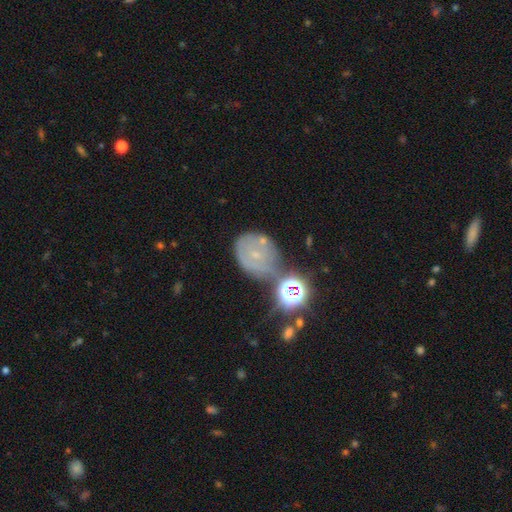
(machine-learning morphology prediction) Q: Smooth or featured?
A: featured or disk (41%); runner-up: star or artifact (32%)
Q: Merging?
A: none (63%); runner-up: minor disturbance (18%)